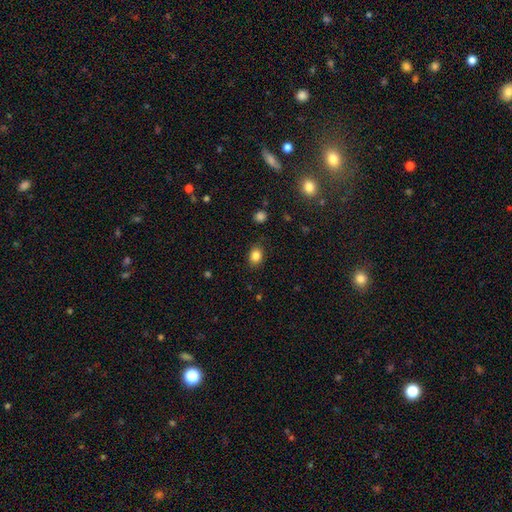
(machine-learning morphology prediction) The model was most divided on "how rounded": in between: 58%, round: 41%, cigar-shaped: 1%. More confident: merging — none (86%); smooth or featured — smooth (84%).